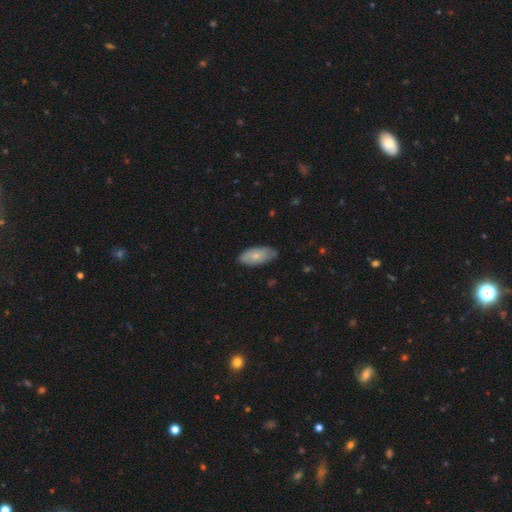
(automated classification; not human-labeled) Morphology: type=smooth (73%); roundness=in between (90%); merging=none (77%).